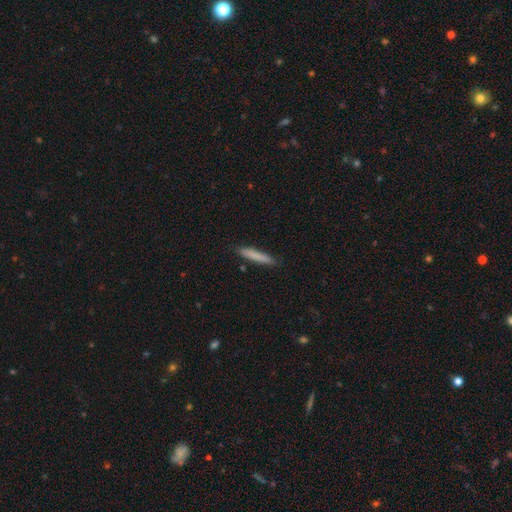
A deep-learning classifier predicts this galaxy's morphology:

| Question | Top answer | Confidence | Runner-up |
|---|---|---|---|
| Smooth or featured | smooth | 80% | featured or disk (14%) |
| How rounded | cigar-shaped | 94% | in between (5%) |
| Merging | none | 88% | minor disturbance (9%) |